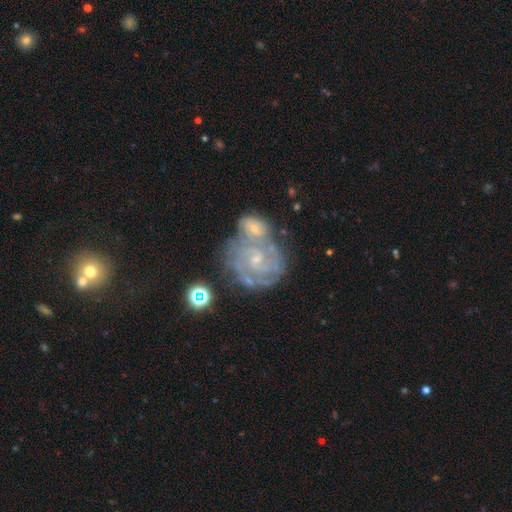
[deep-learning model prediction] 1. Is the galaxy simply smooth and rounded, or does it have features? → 81% featured or disk, 10% smooth, 9% star or artifact.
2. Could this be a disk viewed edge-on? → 97% no, 3% yes.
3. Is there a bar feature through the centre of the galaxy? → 63% no, 29% weak, 8% strong.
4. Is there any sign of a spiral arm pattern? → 94% yes, 6% no.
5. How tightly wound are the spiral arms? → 72% tight, 23% medium, 5% loose.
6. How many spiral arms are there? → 31% can't tell, 24% 3, 23% 2, 10% 4, 6% more than 4, 6% 1.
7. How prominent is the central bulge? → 71% small, 25% moderate, 2% none, 1% large, 1% dominant.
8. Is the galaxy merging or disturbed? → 44% merger, 38% none, 12% minor disturbance, 6% major disturbance.